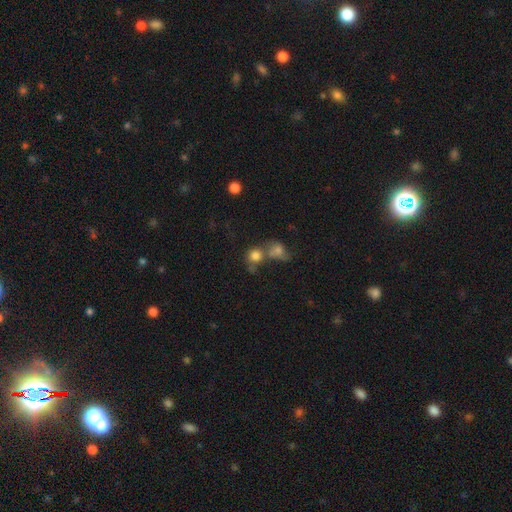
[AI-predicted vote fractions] A smooth galaxy with no disk features (78%) that is round (81%).

Vote fractions:
- Smooth or featured? smooth: 78% / star or artifact: 12% / featured or disk: 10%
- How rounded? round: 81% / in between: 17% / cigar-shaped: 1%
- Merging? merger: 48% / none: 36% / minor disturbance: 9% / major disturbance: 6%